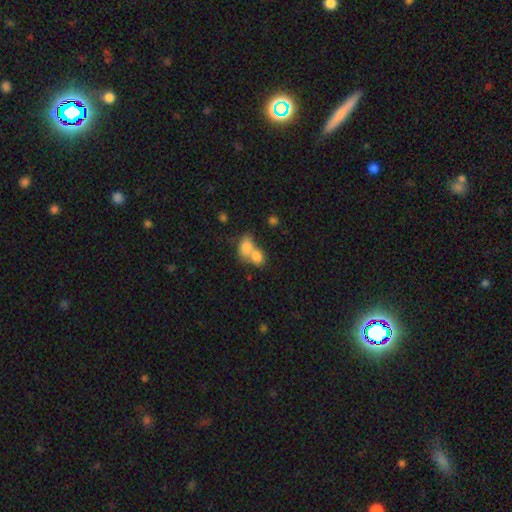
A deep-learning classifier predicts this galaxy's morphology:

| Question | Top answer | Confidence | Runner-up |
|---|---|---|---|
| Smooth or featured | smooth | 80% | featured or disk (11%) |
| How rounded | in between | 60% | round (39%) |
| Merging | merger | 67% | none (23%) |